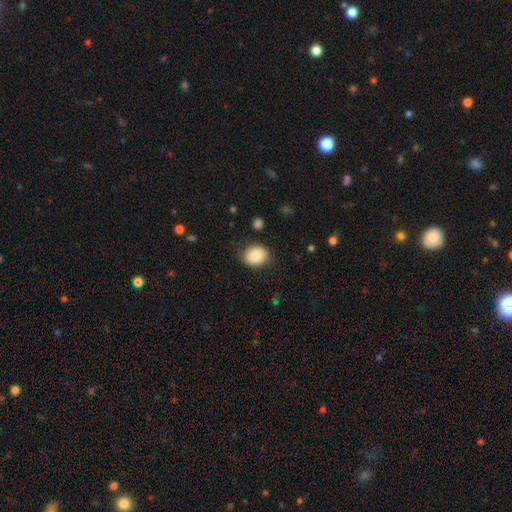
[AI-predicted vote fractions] The model was most divided on "how rounded": round: 62%, in between: 37%, cigar-shaped: 1%. More confident: merging — none (79%); smooth or featured — smooth (79%).